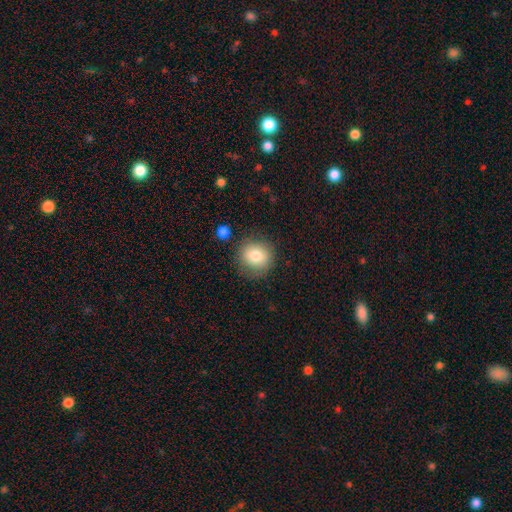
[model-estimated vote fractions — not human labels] A smooth galaxy with no disk features (79%) that is round (89%). Merging: none (82%).